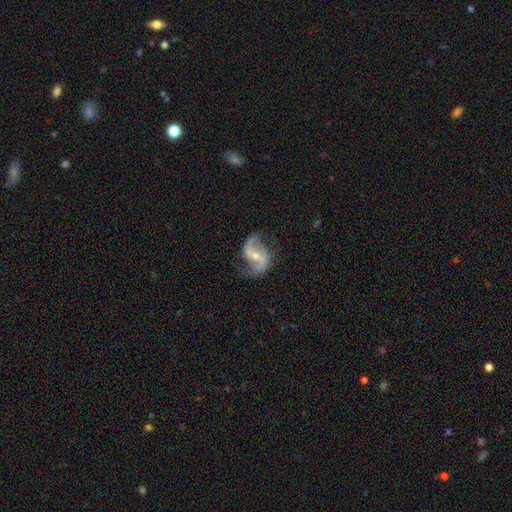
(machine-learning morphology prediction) smooth-or-featured: featured or disk: 89% | smooth: 6% | star or artifact: 5%
  disk-edge-on: no: 98% | yes: 2%
    bar: weak: 46% | strong: 35% | no: 18%
    has-spiral-arms: yes: 96% | no: 4%
      spiral-winding: loose: 56% | medium: 36% | tight: 7%
      spiral-arm-count: 2: 92% | 1: 3% | can't tell: 2% | 3: 1% | 4: 1% | more than 4: 1%
    bulge-size: small: 53% | moderate: 40% | none: 4% | large: 2% | dominant: 1%
  merging: none: 73% | minor disturbance: 17% | major disturbance: 9% | merger: 2%